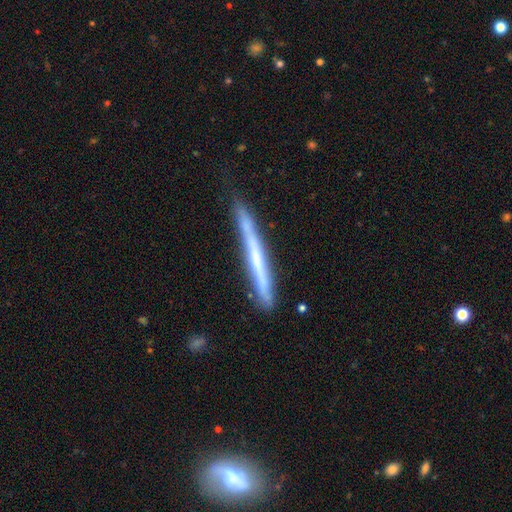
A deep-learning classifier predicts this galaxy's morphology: Smooth or featured? Predicted: featured or disk (p=0.52). Edge-on disk? Predicted: yes (p=0.94). Merging? Predicted: none (p=0.74).